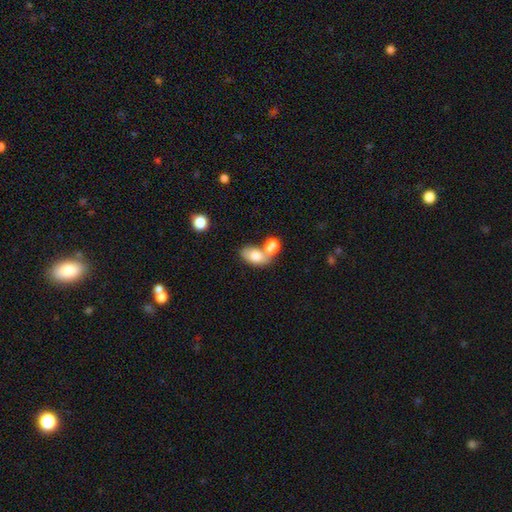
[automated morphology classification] Smooth or featured? smooth (76%)
How rounded? in between (87%)
Merging? merger (50%)